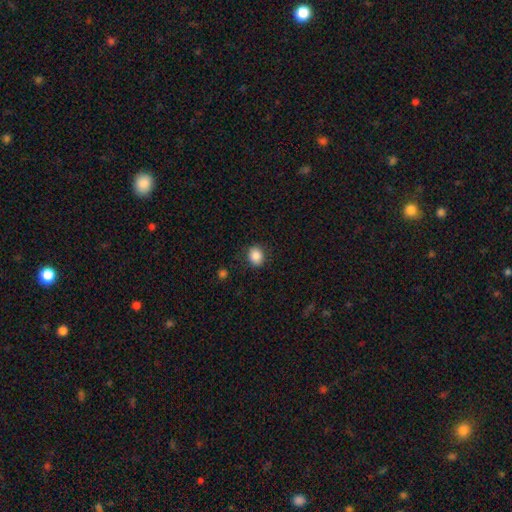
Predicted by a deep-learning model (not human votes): Overall: smooth (87%). How rounded: round (63%; in between 36%). Merging: none (86%).